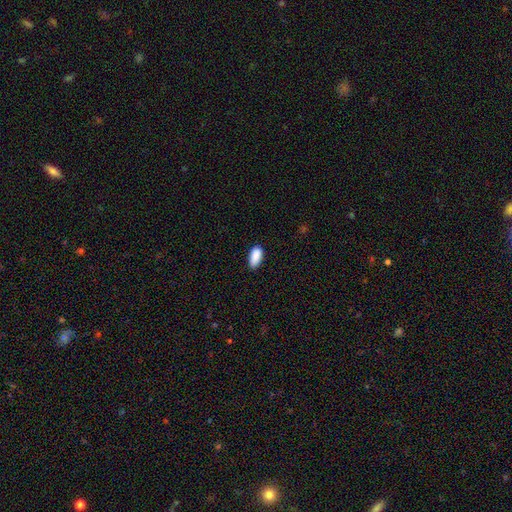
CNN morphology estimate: The model was most divided on "merging": none: 78%, minor disturbance: 18%, major disturbance: 3%, merger: 1%. More confident: how rounded — in between (91%); smooth or featured — smooth (89%).